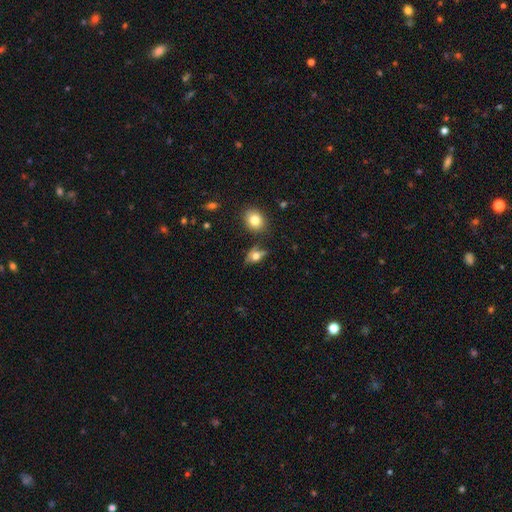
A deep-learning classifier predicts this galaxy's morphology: The model was most divided on "smooth or featured": smooth: 59%, featured or disk: 29%, star or artifact: 12%. More confident: how rounded — in between (69%); merging — none (60%).